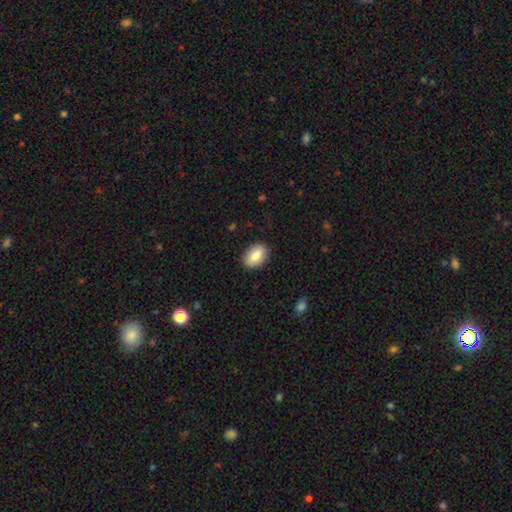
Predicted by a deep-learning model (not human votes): smooth 86%, featured or disk 7%, star or artifact 7%. Down the decision tree: how rounded — in between (88%); merging — none (88%).